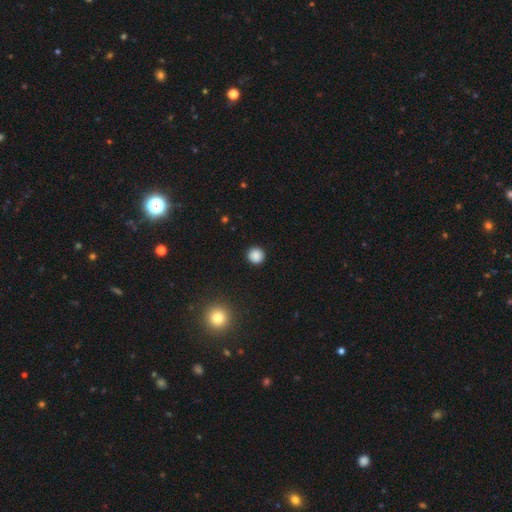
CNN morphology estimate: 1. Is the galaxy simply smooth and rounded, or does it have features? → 86% smooth, 10% star or artifact, 3% featured or disk.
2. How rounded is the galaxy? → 94% round, 5% in between, 1% cigar-shaped.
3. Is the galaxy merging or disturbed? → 91% none, 6% minor disturbance, 2% major disturbance, 1% merger.